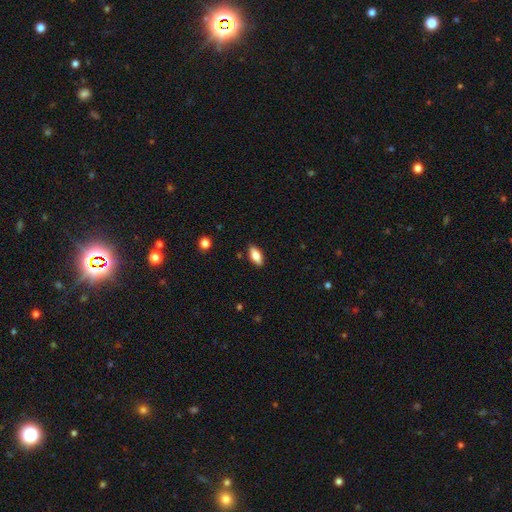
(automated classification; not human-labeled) smooth_or_featured: smooth (p=0.73) [alt: featured or disk p=0.20]
how_rounded: in between (p=0.81) [alt: cigar-shaped p=0.17]
merging: none (p=0.87) [alt: minor disturbance p=0.10]